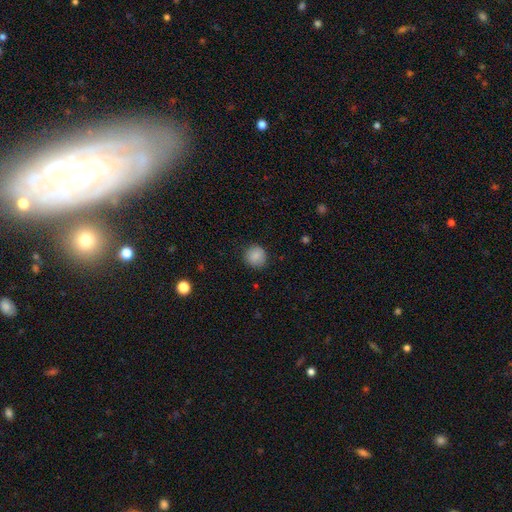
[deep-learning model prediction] A smooth galaxy with no disk features (86%) that is round (91%). Merging: none (87%).